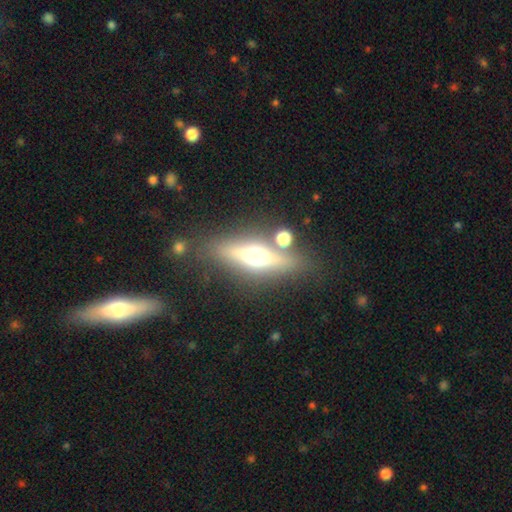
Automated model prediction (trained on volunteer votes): This appears to be a featured or disk galaxy (62%) viewed edge-on (90%) with a rounded central bulge (94%). Merging: none (79%).